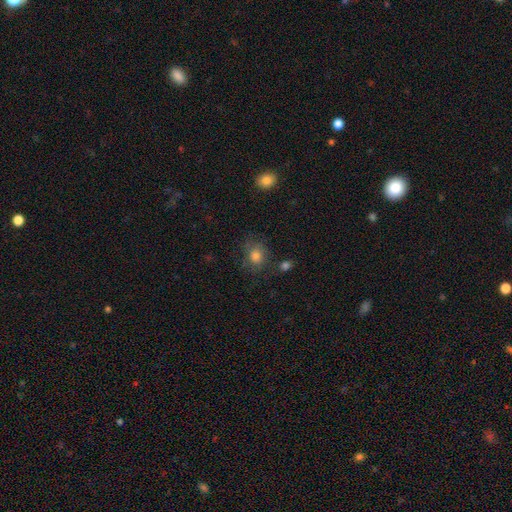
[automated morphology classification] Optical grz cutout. It shows a smooth galaxy with no disk features (72%) that is round (66%). Merging: none (68%).